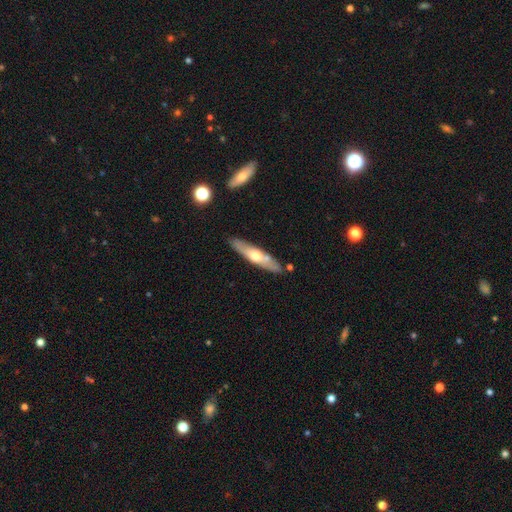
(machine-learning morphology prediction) A featured or disk galaxy (54%) viewed edge-on (80%).

Vote fractions:
- Smooth or featured? featured or disk: 54% / smooth: 41% / star or artifact: 5%
- Edge-on disk? yes: 80% / no: 20%
- Merging? none: 82% / minor disturbance: 11% / merger: 5% / major disturbance: 2%